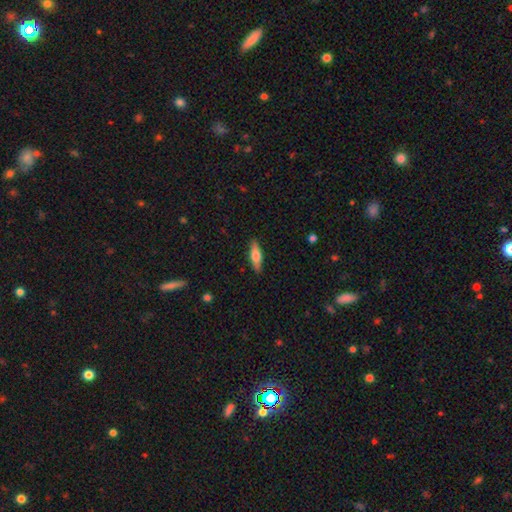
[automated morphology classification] The model was most divided on "how rounded": cigar-shaped: 52%, in between: 46%, round: 3%. More confident: merging — none (89%); smooth or featured — smooth (57%).